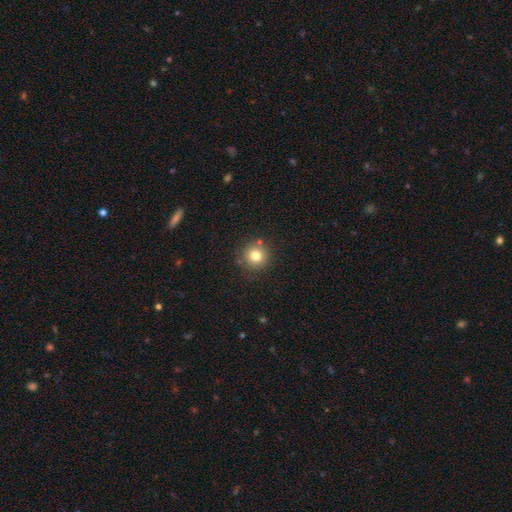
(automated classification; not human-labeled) Q: Smooth or featured?
A: smooth (79%); runner-up: star or artifact (13%)
Q: How rounded?
A: round (94%); runner-up: in between (5%)
Q: Merging?
A: none (83%); runner-up: minor disturbance (9%)